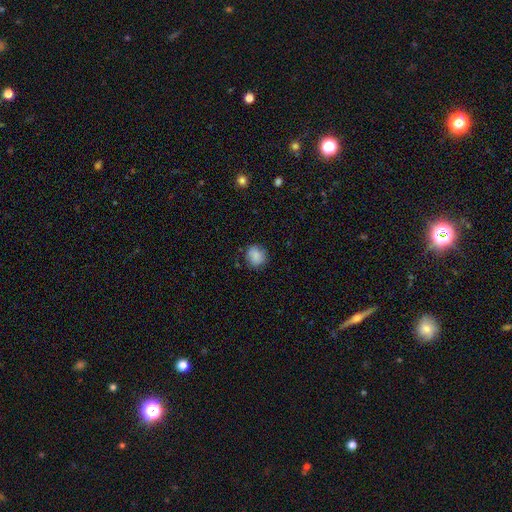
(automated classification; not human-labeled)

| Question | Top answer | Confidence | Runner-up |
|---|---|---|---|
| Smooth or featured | smooth | 86% | star or artifact (9%) |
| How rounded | round | 77% | in between (22%) |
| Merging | none | 80% | minor disturbance (15%) |